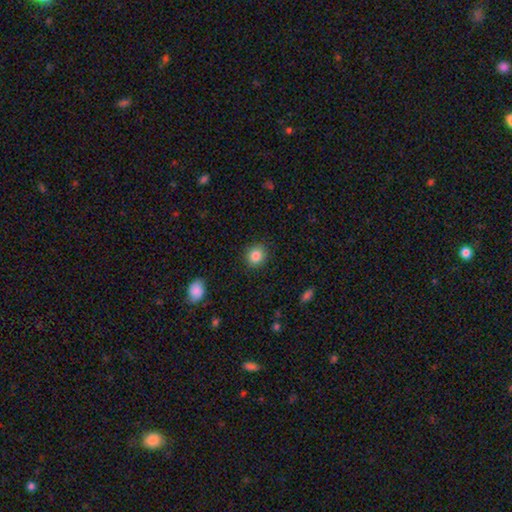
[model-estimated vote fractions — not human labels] Smooth or featured? Predicted: smooth (p=0.86). How rounded? Predicted: round (p=0.76). Merging? Predicted: none (p=0.89).